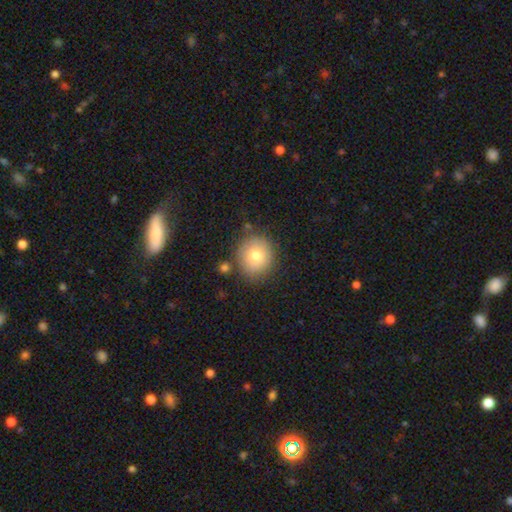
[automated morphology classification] Smooth or featured? Predicted: smooth (p=0.76). How rounded? Predicted: round (p=0.86). Merging? Predicted: none (p=0.81).